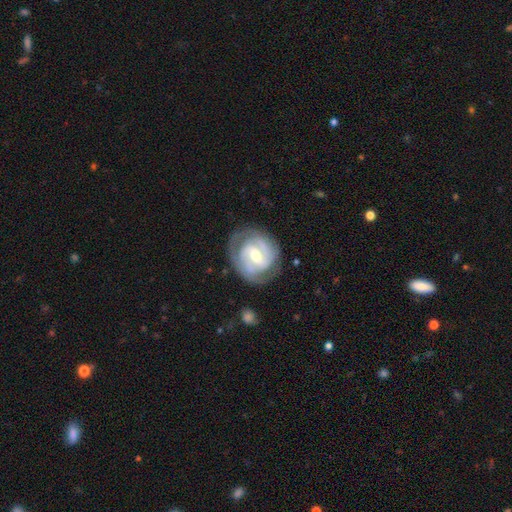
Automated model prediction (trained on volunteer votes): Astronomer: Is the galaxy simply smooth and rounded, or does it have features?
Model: featured or disk — 88%.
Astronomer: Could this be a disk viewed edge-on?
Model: no — 98%.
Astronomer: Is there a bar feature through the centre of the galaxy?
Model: weak — 51% (runner-up: strong, 31%).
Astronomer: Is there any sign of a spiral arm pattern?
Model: yes — 96%.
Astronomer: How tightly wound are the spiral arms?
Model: tight — 63%.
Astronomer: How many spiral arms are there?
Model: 2 — 54%.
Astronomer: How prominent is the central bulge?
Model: moderate — 58% (runner-up: small, 38%).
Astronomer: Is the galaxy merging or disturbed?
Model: none — 78%.